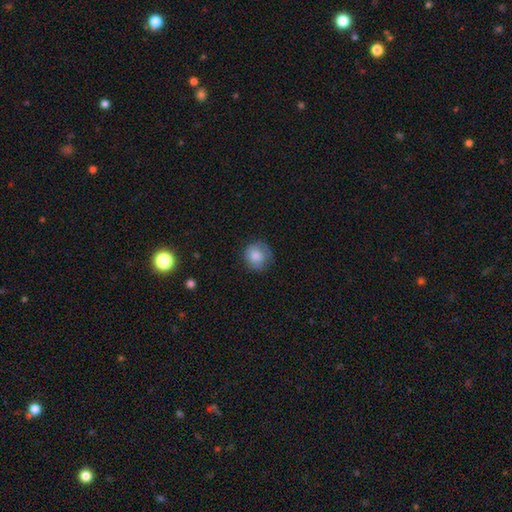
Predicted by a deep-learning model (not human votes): Q: Smooth or featured?
A: smooth (82%); runner-up: featured or disk (10%)
Q: How rounded?
A: round (88%); runner-up: in between (11%)
Q: Merging?
A: none (76%); runner-up: minor disturbance (17%)